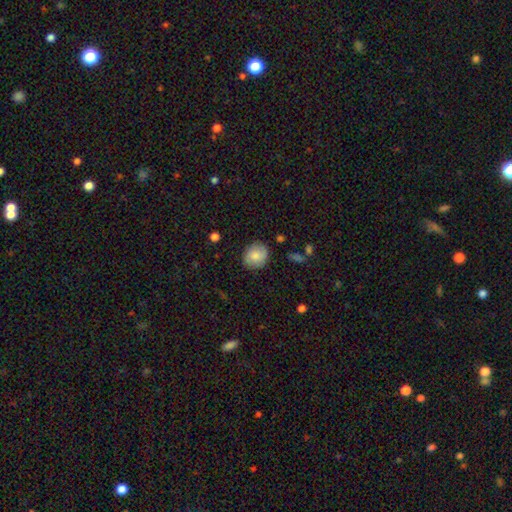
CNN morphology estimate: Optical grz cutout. It shows a smooth galaxy with no disk features (72%) that is round (74%). Merging: none (84%).